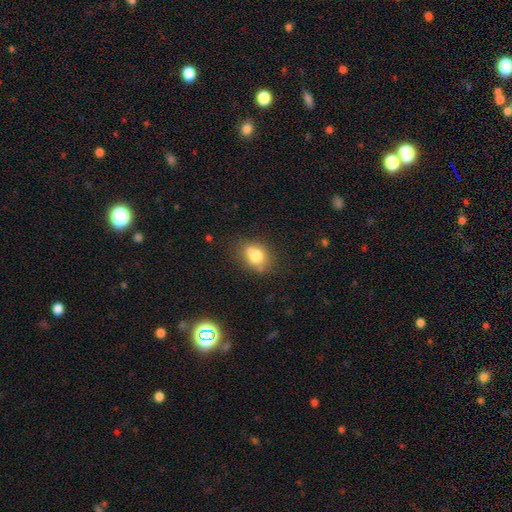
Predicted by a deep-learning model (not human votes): smooth 72%, featured or disk 17%, star or artifact 11%. Down the decision tree: how rounded — in between (54%); merging — none (54%).